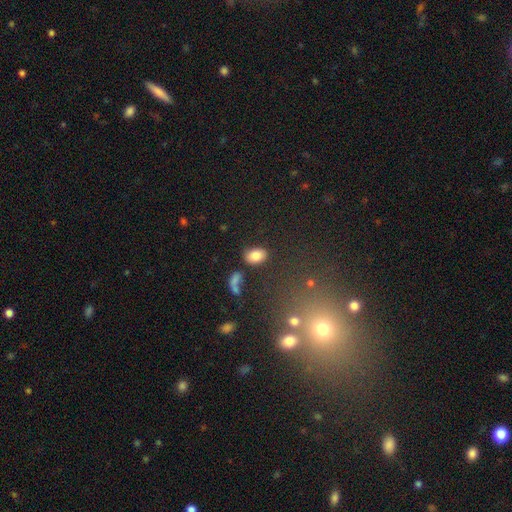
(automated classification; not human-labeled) smooth-or-featured: smooth: 83% | star or artifact: 9% | featured or disk: 8%
  how-rounded: in between: 87% | round: 11% | cigar-shaped: 2%
  merging: none: 75% | minor disturbance: 13% | merger: 7% | major disturbance: 5%